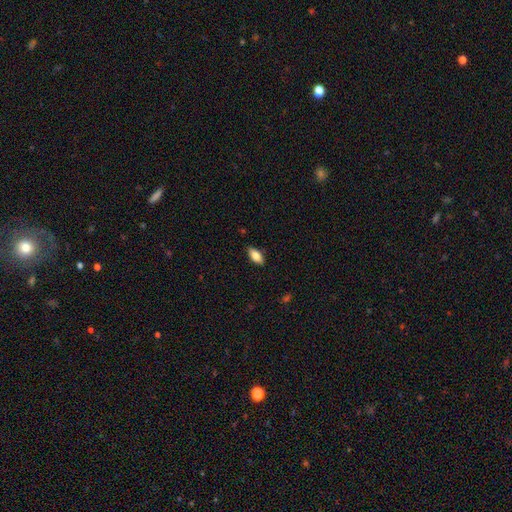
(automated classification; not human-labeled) Q: Smooth or featured?
A: smooth (80%); runner-up: featured or disk (13%)
Q: How rounded?
A: in between (89%); runner-up: cigar-shaped (8%)
Q: Merging?
A: none (87%); runner-up: minor disturbance (10%)